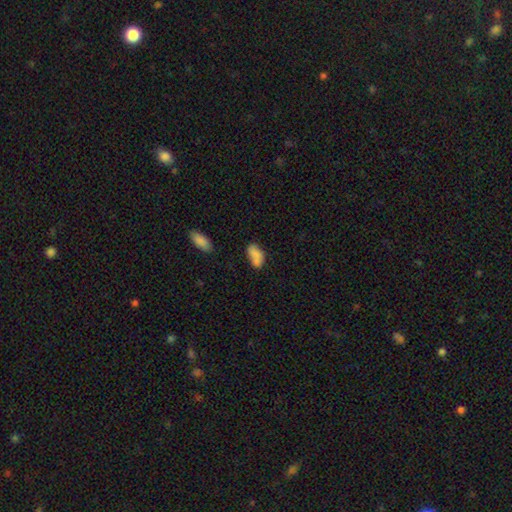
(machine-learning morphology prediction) A smooth galaxy with no disk features (76%) that is in between round and cigar-shaped (90%). Merging: none (47%).